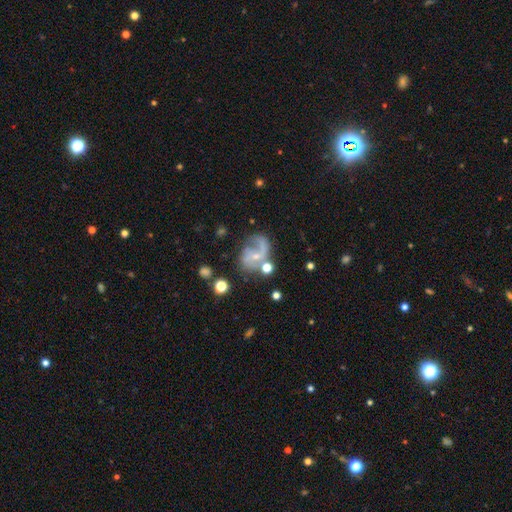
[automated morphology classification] The model was most divided on "spiral winding": loose: 46%, medium: 40%, tight: 14%. Remaining: edge-on disk — no (98%); spiral arms — yes (86%); smooth or featured — featured or disk (69%); bulge size — small (69%); spiral arm count — 2 (57%); bar — no (56%); merging — none (47%).